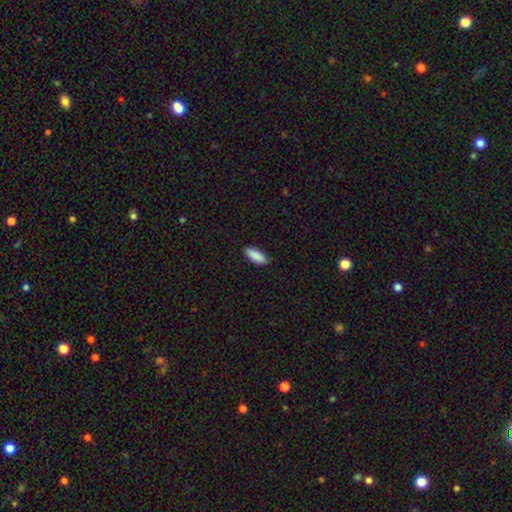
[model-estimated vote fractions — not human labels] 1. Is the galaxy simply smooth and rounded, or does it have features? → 90% smooth, 6% star or artifact, 4% featured or disk.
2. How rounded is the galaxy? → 67% in between, 31% cigar-shaped, 2% round.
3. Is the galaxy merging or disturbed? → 88% none, 9% minor disturbance, 2% major disturbance, 1% merger.